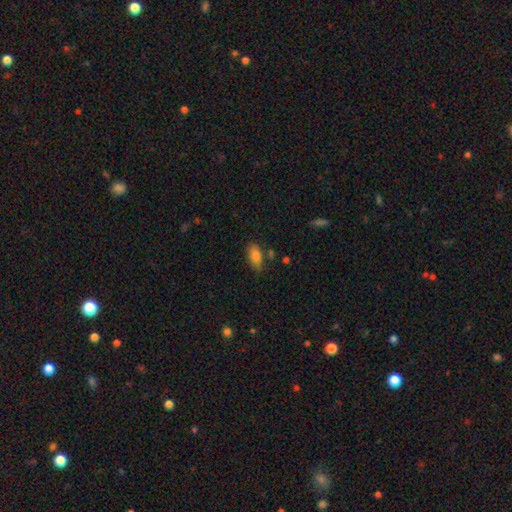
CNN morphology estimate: Overall: smooth (84%). How rounded: in between (88%). Merging: none (71%).